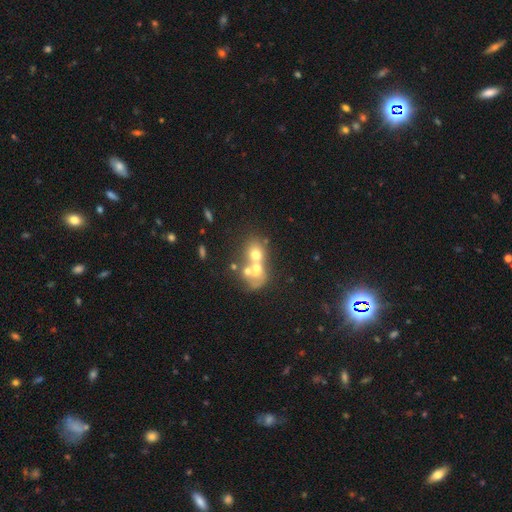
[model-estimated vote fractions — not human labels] smooth-or-featured: smooth: 51% | featured or disk: 35% | star or artifact: 14%
  how-rounded: round: 61% | in between: 38% | cigar-shaped: 1%
  merging: merger: 64% | none: 22% | minor disturbance: 7% | major disturbance: 7%